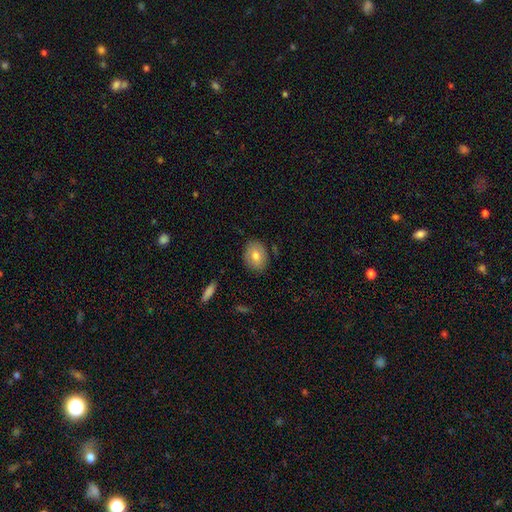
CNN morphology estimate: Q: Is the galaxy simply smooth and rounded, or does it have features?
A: smooth — 71%.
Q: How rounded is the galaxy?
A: in between — 60%.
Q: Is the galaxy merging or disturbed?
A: none — 84%.